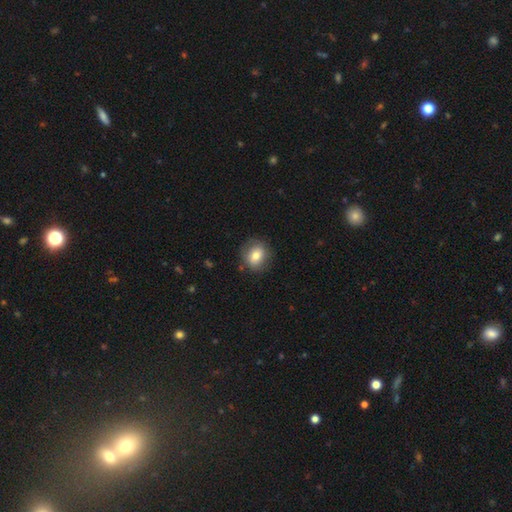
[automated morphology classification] Smooth or featured? Predicted: smooth (p=0.74). How rounded? Predicted: round (p=0.67). Merging? Predicted: none (p=0.82).